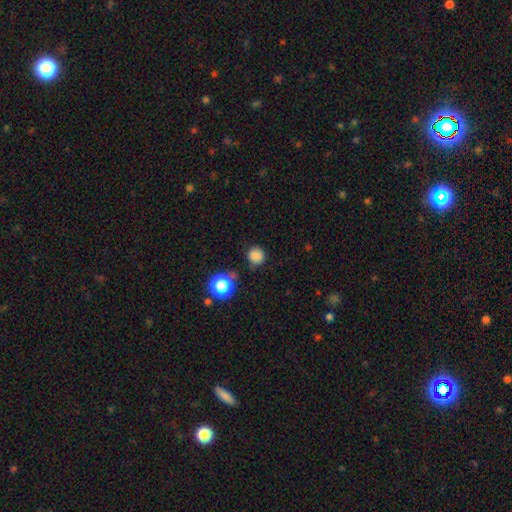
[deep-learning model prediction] Smooth or featured? smooth (81%)
How rounded? round (89%)
Merging? none (77%)